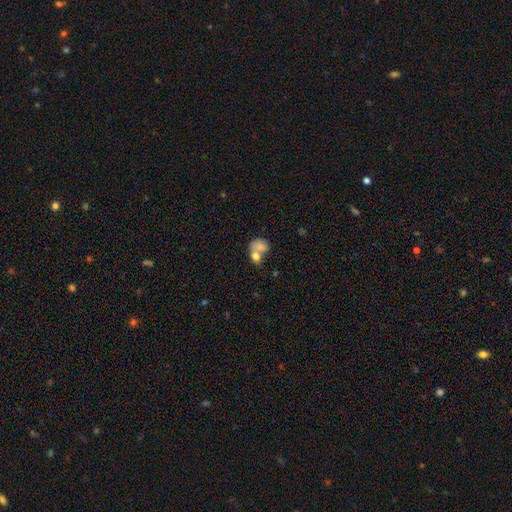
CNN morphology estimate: A smooth galaxy with no disk features (76%) that is in between round and cigar-shaped (55%). Merging: merger (64%).